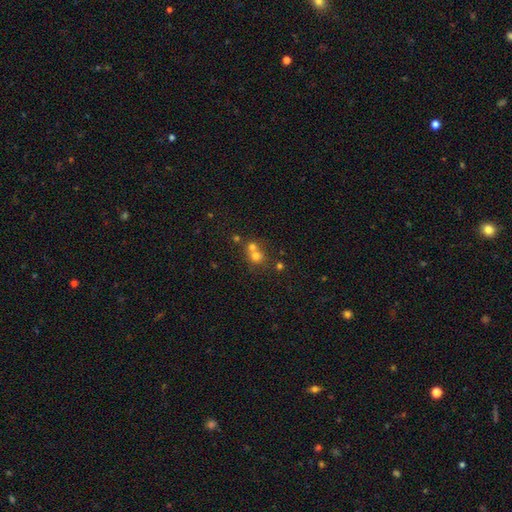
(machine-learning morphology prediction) A smooth galaxy with no disk features (67%) that is round (83%). Merging: merger (54%).